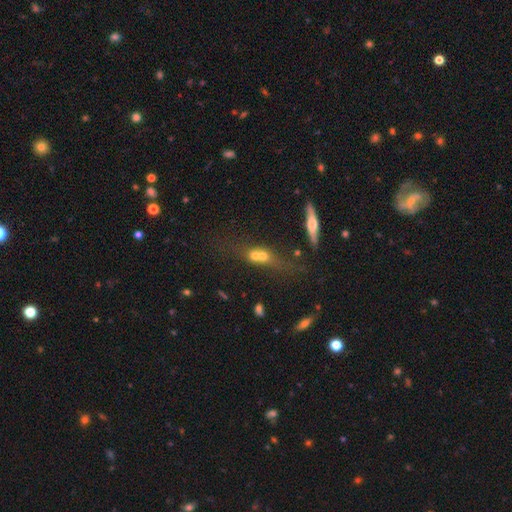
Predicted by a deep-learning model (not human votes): Morphology: type=smooth (53%); roundness=round (46%); merging=merger (57%).